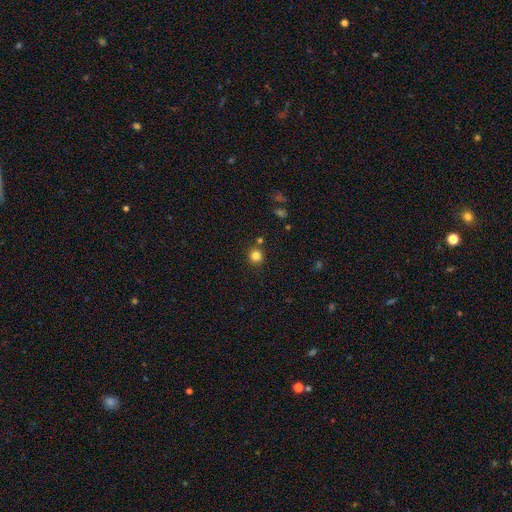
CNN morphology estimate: Smooth or featured? smooth (83%)
How rounded? round (91%)
Merging? none (82%)